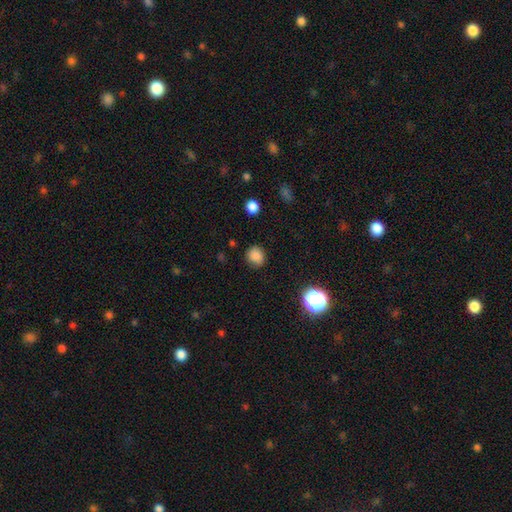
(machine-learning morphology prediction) Smooth or featured: smooth — 84% (star or artifact — 12%)
How rounded: round — 79% (in between — 20%)
Merging: none — 84% (minor disturbance — 12%)